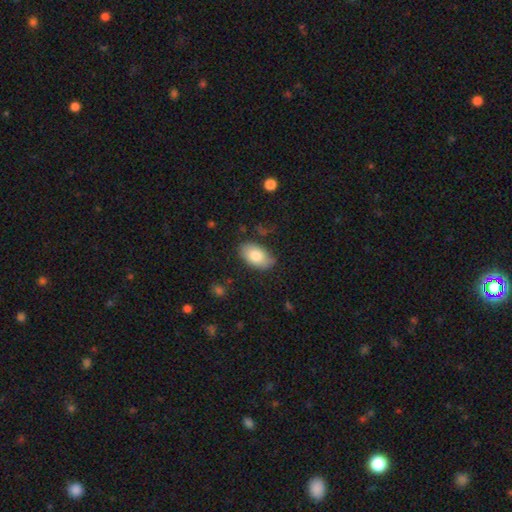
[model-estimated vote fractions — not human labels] Smooth or featured? Predicted: smooth (p=0.79). How rounded? Predicted: in between (p=0.93). Merging? Predicted: none (p=0.81).